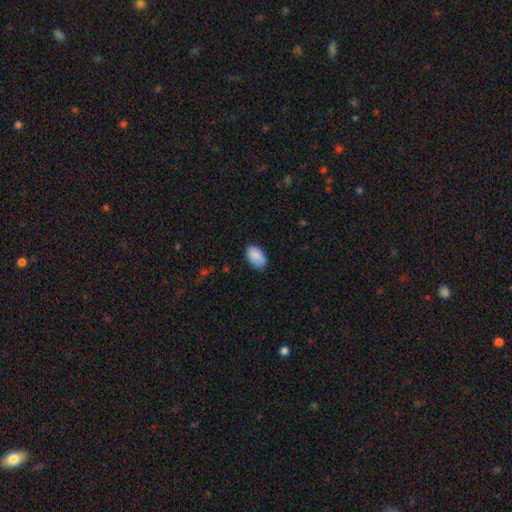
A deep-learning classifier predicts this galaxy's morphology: This appears to be a smooth galaxy with no disk features (88%) that is in between round and cigar-shaped (92%). Merging: none (76%).